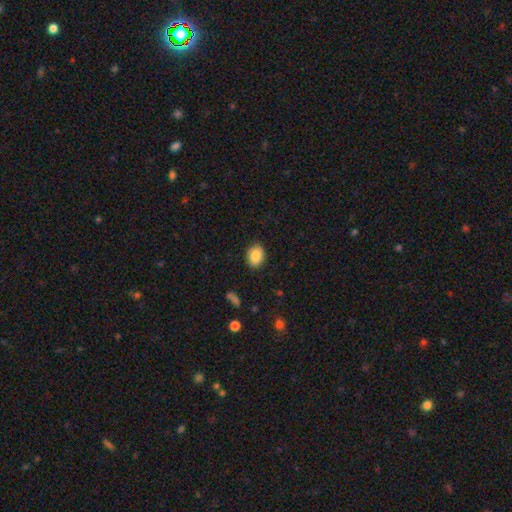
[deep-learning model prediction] smooth_or_featured: smooth (p=0.87) [alt: star or artifact p=0.08]
how_rounded: in between (p=0.66) [alt: round p=0.33]
merging: none (p=0.88) [alt: minor disturbance p=0.08]